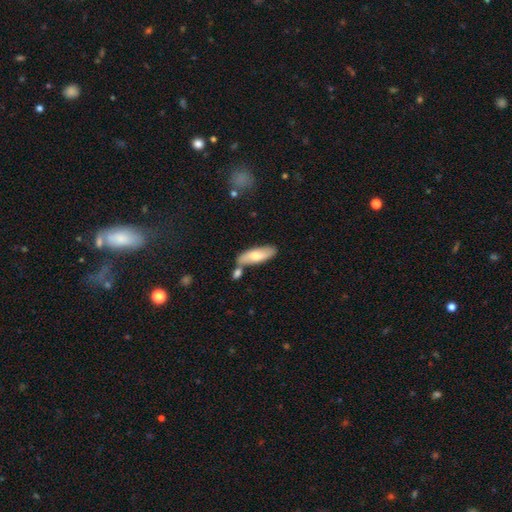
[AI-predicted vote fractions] The model was most divided on "how rounded": in between: 60%, cigar-shaped: 37%, round: 2%. More confident: merging — none (67%); smooth or featured — smooth (66%).